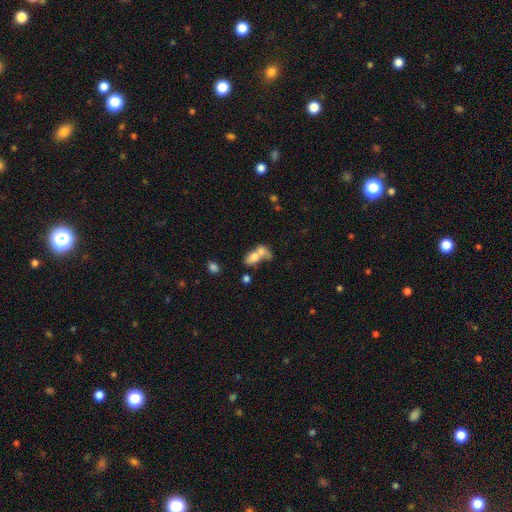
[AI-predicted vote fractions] This appears to be a smooth galaxy with no disk features (66%) that is in between round and cigar-shaped (75%). Merging: merger (71%).